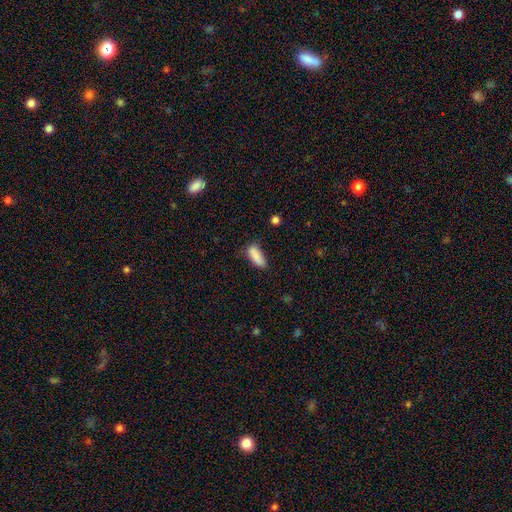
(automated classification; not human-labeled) Smooth or featured?
  - smooth: 87% *
  - star or artifact: 8%
  - featured or disk: 6%
How rounded?
  - in between: 76% *
  - cigar-shaped: 22%
  - round: 2%
Merging?
  - none: 64% *
  - minor disturbance: 27%
  - major disturbance: 6%
  - merger: 3%